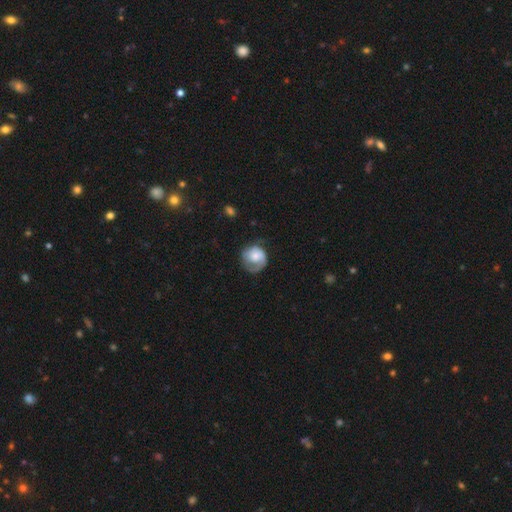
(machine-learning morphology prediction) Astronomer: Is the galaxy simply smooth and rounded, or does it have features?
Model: smooth — 49% (runner-up: featured or disk, 44%).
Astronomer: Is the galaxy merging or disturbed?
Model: none — 48% (runner-up: minor disturbance, 28%).